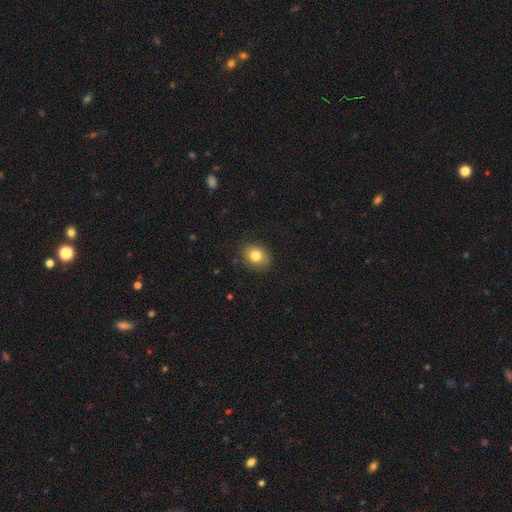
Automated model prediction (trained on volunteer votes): Smooth or featured? smooth (82%)
How rounded? round (57%)
Merging? none (85%)